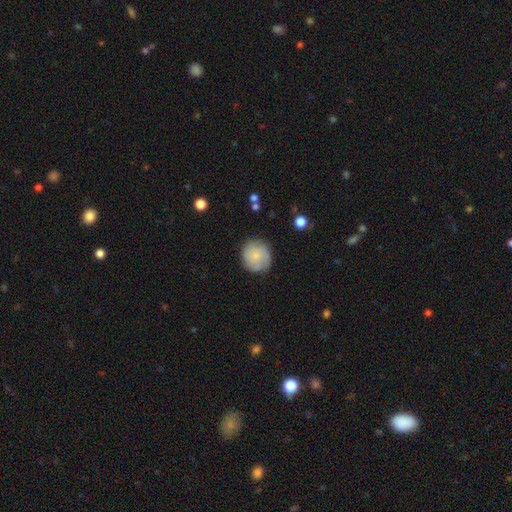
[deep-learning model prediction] Overall: smooth (70%). How rounded: round (88%). Merging: none (77%).